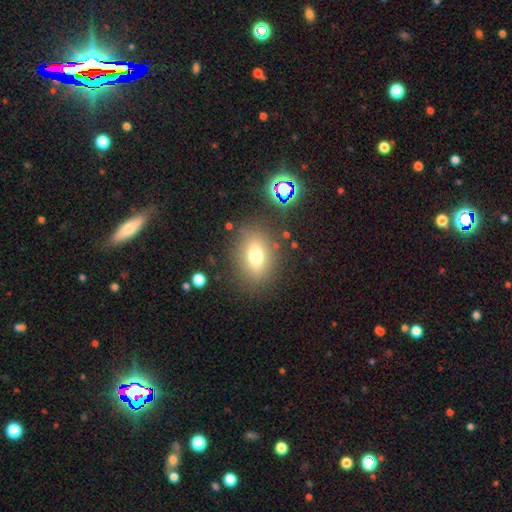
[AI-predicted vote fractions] A smooth galaxy with no disk features (69%) that is in between round and cigar-shaped (64%).

Vote fractions:
- Smooth or featured? smooth: 69% / featured or disk: 16% / star or artifact: 15%
- How rounded? in between: 64% / round: 34% / cigar-shaped: 2%
- Merging? none: 80% / minor disturbance: 11% / major disturbance: 5% / merger: 3%